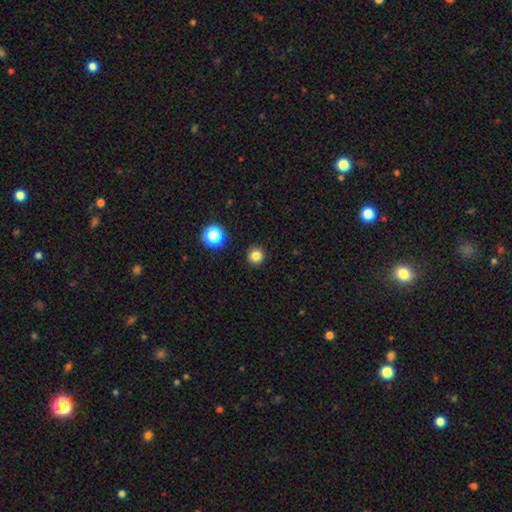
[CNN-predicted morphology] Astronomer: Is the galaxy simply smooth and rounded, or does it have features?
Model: smooth — 81%.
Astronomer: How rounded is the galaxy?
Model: round — 95%.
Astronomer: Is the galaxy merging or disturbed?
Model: none — 92%.